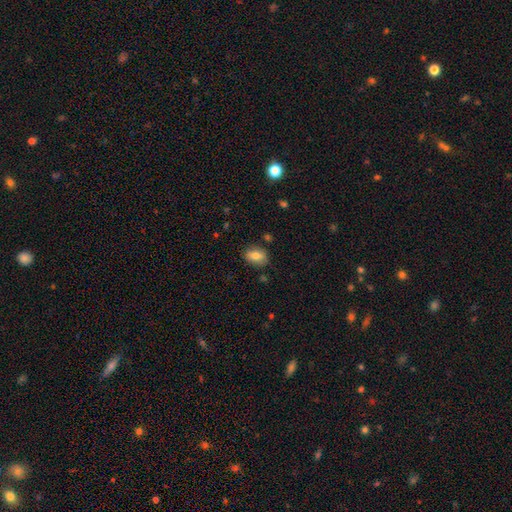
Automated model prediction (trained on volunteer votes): smooth_or_featured: smooth (p=0.79) [alt: featured or disk p=0.12]
how_rounded: in between (p=0.81) [alt: round p=0.17]
merging: none (p=0.81) [alt: minor disturbance p=0.13]